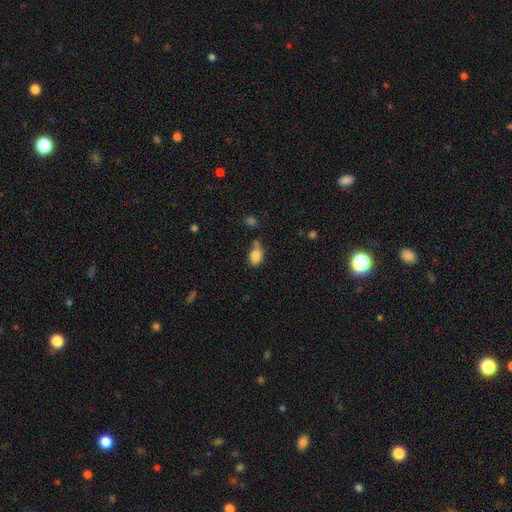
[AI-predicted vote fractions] Smooth or featured: smooth — 85% (star or artifact — 9%)
How rounded: in between — 87% (round — 11%)
Merging: none — 54% (minor disturbance — 26%)